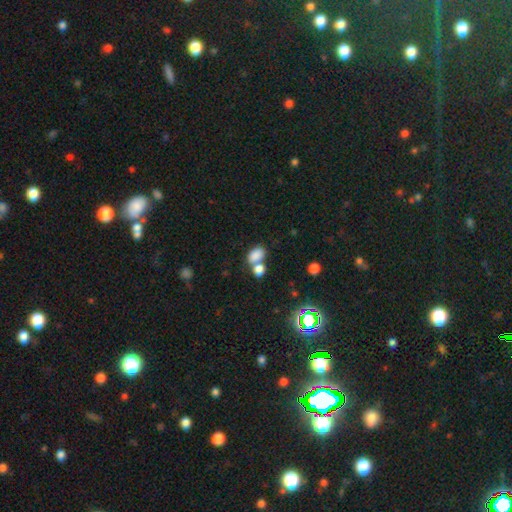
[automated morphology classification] smooth 81%, star or artifact 11%, featured or disk 8%. Down the decision tree: how rounded — in between (83%); merging — merger (49%).